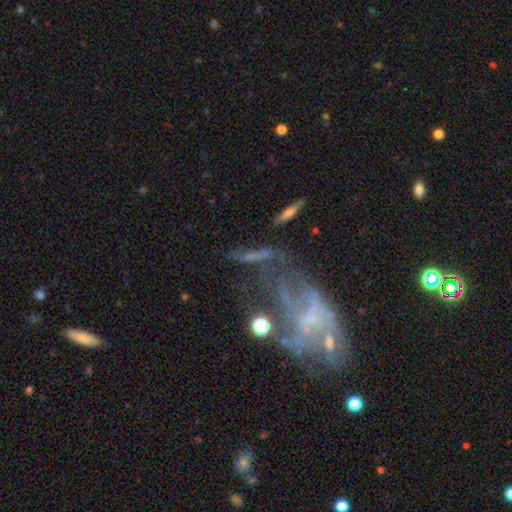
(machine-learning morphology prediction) Smooth or featured? featured or disk (50%)
Merging? none (45%)